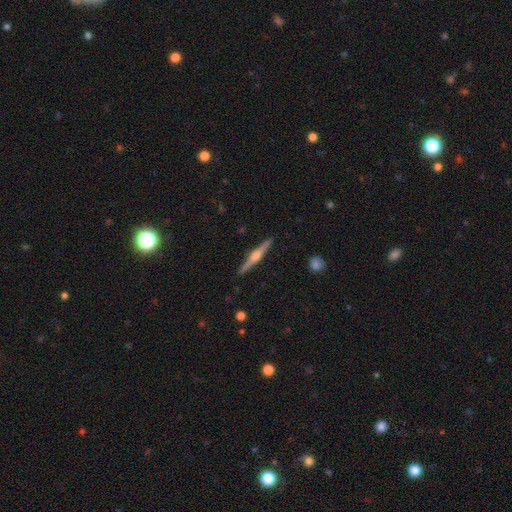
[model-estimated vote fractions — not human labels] A featured or disk galaxy (81%) viewed edge-on (98%) with a rounded central bulge (90%). Merging: none (92%).